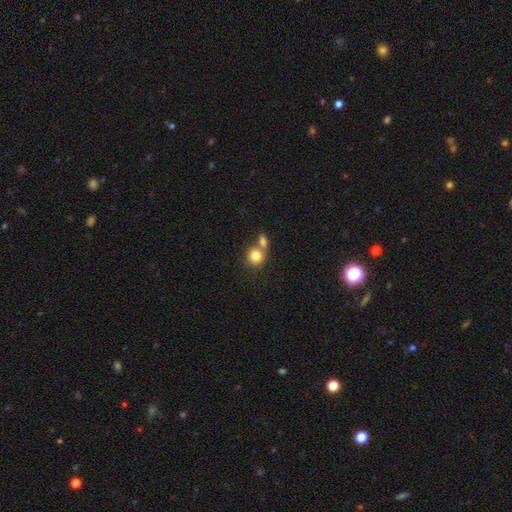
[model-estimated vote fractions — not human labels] This appears to be a smooth galaxy with no disk features (82%) that is round (82%). Merging: merger (46%).